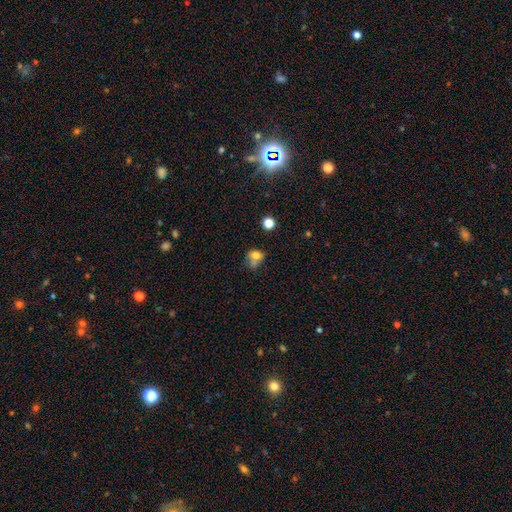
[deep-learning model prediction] Overall: smooth (70%). How rounded: round (53%; in between 45%). Merging: merger (34%; none 31%).